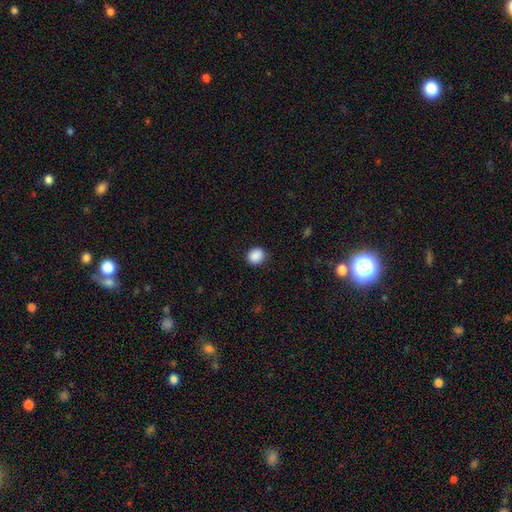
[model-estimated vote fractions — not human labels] Overall: smooth (89%). How rounded: round (74%). Merging: none (89%).